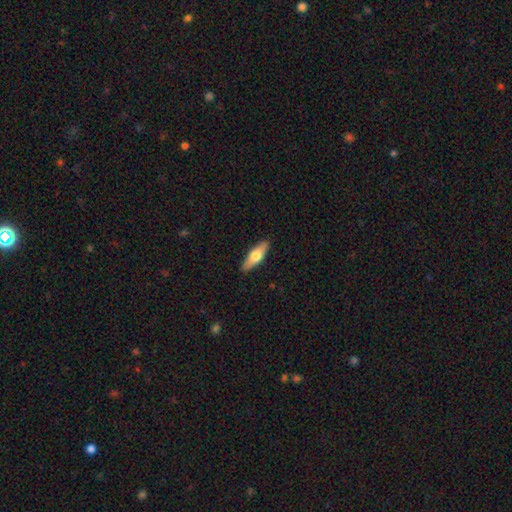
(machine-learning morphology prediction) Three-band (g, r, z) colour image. It shows a smooth galaxy with no disk features (59%) that is in between round and cigar-shaped (53%). Merging: none (90%).